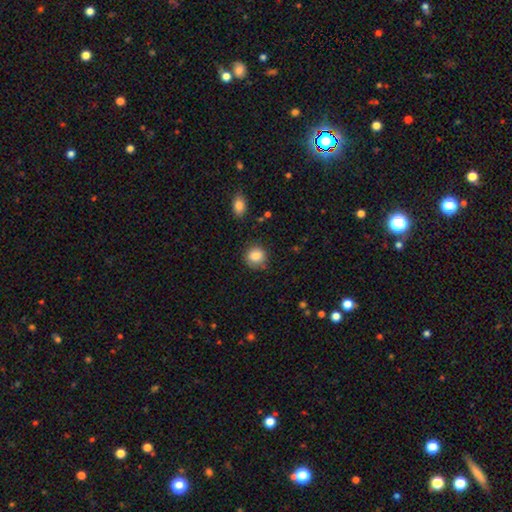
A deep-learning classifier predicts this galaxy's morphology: A smooth galaxy with no disk features (86%) that is round (88%).

Vote fractions:
- Smooth or featured? smooth: 86% / star or artifact: 9% / featured or disk: 5%
- How rounded? round: 88% / in between: 11% / cigar-shaped: 1%
- Merging? none: 83% / minor disturbance: 12% / major disturbance: 3% / merger: 2%